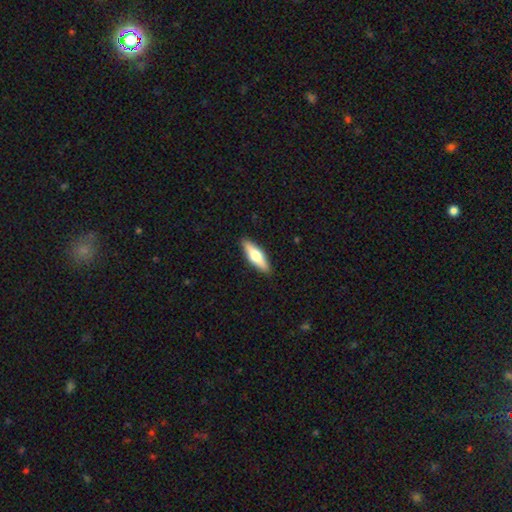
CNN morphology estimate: Smooth or featured? Predicted: smooth (p=0.52). How rounded? Predicted: cigar-shaped (p=0.55). Merging? Predicted: none (p=0.90).